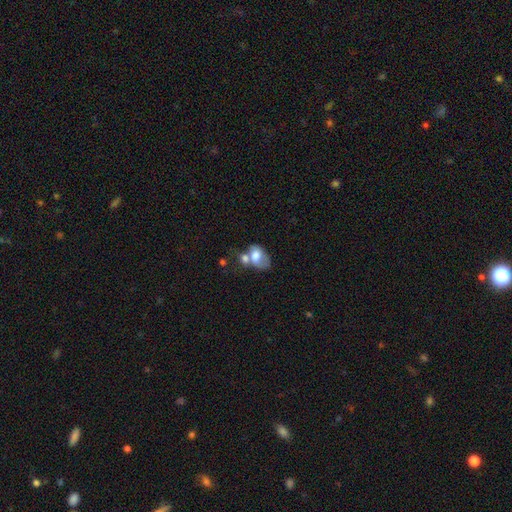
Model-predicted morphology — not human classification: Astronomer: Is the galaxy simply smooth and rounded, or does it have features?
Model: smooth — 64%.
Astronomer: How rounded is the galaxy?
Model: in between — 81%.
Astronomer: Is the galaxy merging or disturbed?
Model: merger — 57%.